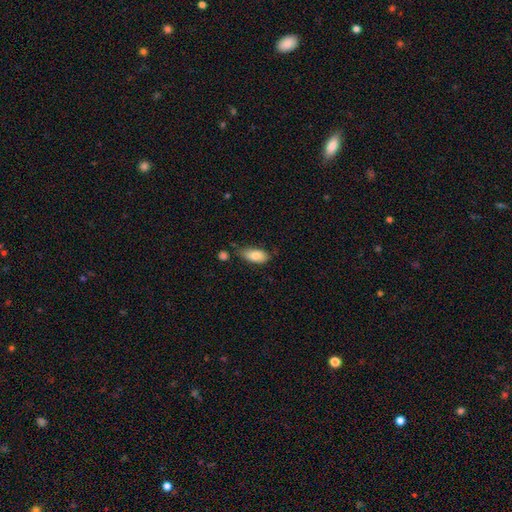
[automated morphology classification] smooth-or-featured: smooth: 81% | featured or disk: 12% | star or artifact: 7%
  how-rounded: in between: 89% | cigar-shaped: 8% | round: 3%
  merging: none: 60% | minor disturbance: 28% | merger: 6% | major disturbance: 6%